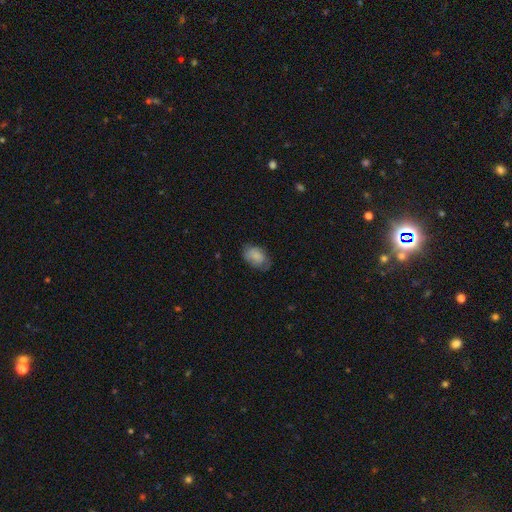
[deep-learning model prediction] A smooth galaxy with no disk features (77%) that is in between round and cigar-shaped (89%). Merging: none (64%).